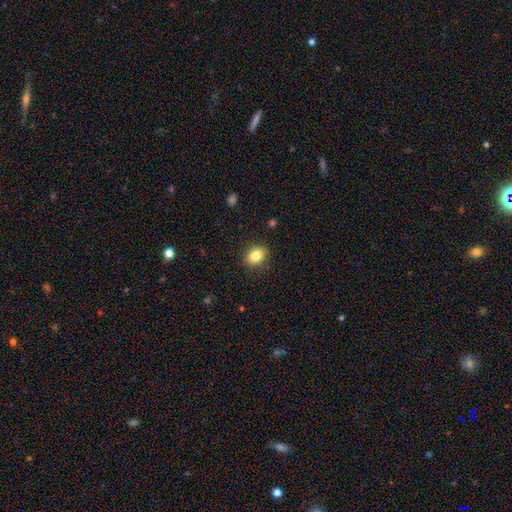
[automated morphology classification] Smooth or featured? Predicted: smooth (p=0.83). How rounded? Predicted: in between (p=0.57). Merging? Predicted: none (p=0.88).